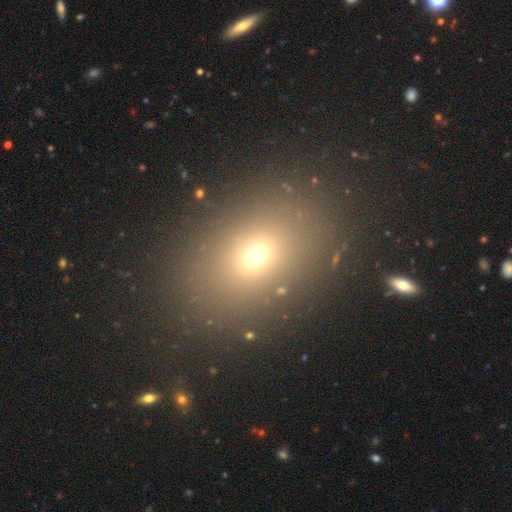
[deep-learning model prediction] Smooth or featured? Predicted: smooth (p=0.66). How rounded? Predicted: in between (p=0.63). Merging? Predicted: none (p=0.85).